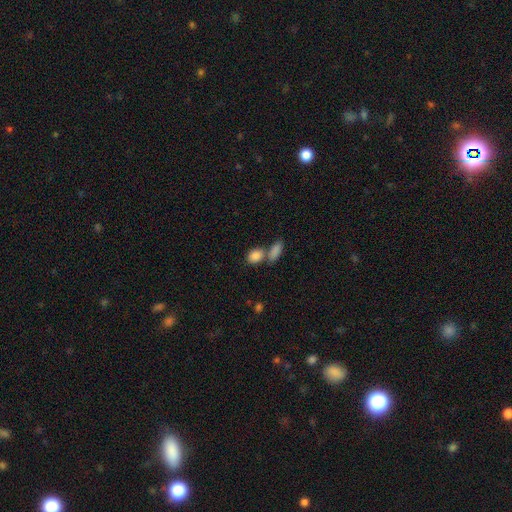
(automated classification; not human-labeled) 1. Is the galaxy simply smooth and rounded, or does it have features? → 87% smooth, 8% star or artifact, 6% featured or disk.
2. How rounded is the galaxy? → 72% in between, 25% round, 3% cigar-shaped.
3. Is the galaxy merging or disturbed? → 45% none, 42% merger, 10% minor disturbance, 4% major disturbance.